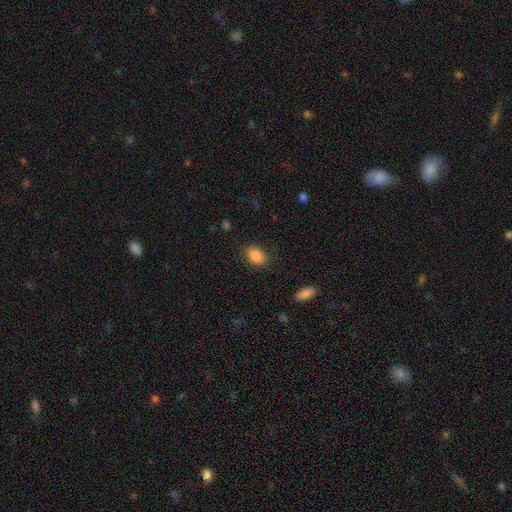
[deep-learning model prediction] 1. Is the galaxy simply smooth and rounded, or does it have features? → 87% smooth, 8% star or artifact, 5% featured or disk.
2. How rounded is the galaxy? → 80% in between, 18% round, 1% cigar-shaped.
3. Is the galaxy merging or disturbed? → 84% none, 11% minor disturbance, 3% major disturbance, 1% merger.